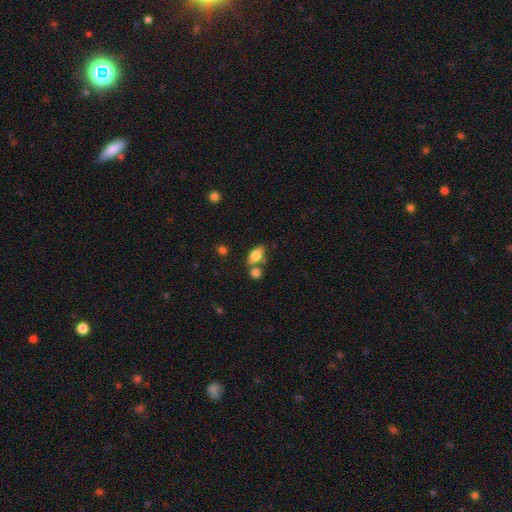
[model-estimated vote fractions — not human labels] Smooth or featured? smooth (78%)
How rounded? in between (86%)
Merging? none (55%)